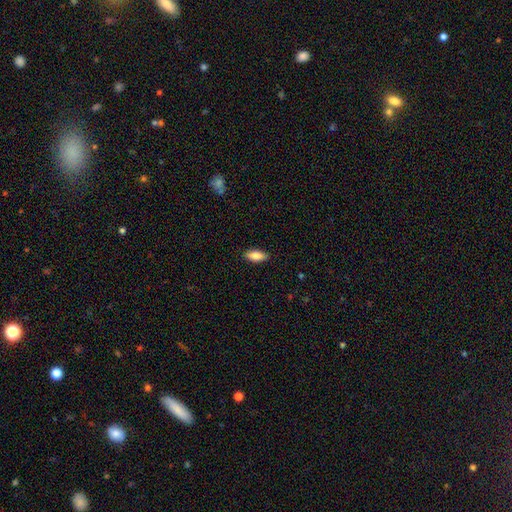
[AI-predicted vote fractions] smooth-or-featured: smooth: 82% | featured or disk: 12% | star or artifact: 6%
  how-rounded: in between: 83% | cigar-shaped: 15% | round: 2%
  merging: none: 89% | minor disturbance: 8% | major disturbance: 2% | merger: 1%